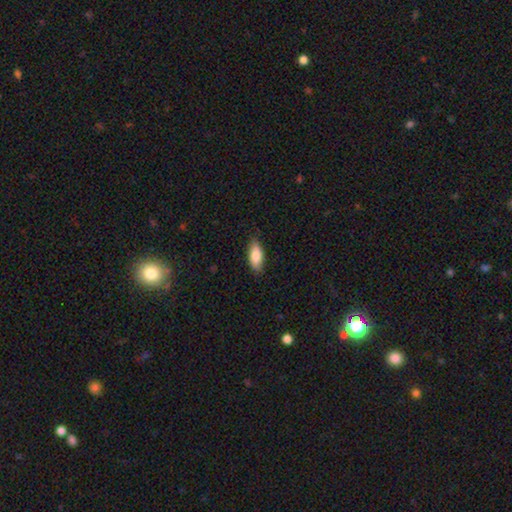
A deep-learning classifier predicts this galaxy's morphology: A smooth galaxy with no disk features (84%) that is in between round and cigar-shaped (81%). Merging: none (83%).